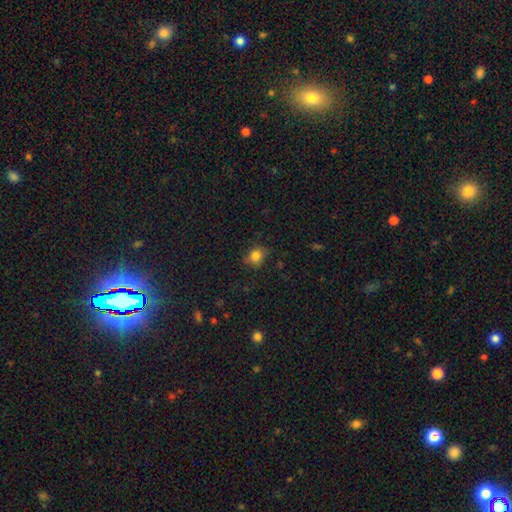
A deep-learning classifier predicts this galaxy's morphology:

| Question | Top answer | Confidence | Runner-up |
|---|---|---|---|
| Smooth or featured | smooth | 80% | star or artifact (12%) |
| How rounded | round | 67% | in between (32%) |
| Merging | none | 74% | minor disturbance (19%) |